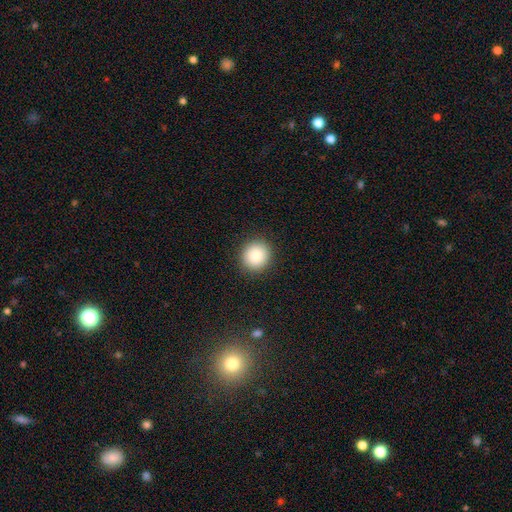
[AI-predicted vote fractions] Q: Smooth or featured?
A: smooth (85%); runner-up: star or artifact (9%)
Q: How rounded?
A: round (88%); runner-up: in between (11%)
Q: Merging?
A: none (91%); runner-up: minor disturbance (6%)